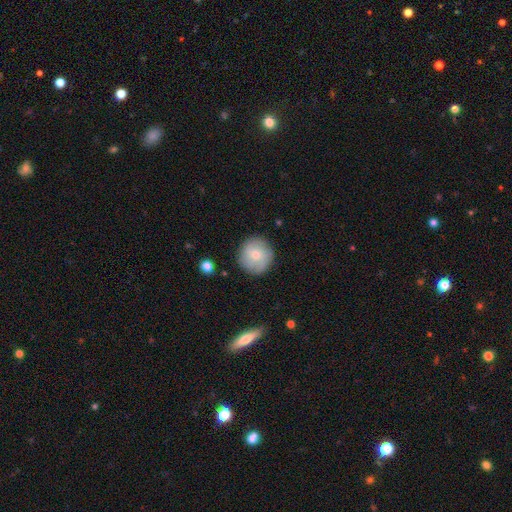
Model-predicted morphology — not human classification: This is possibly a smooth galaxy (58%). How rounded: clearly round (92%). Merging: clearly none (86%).